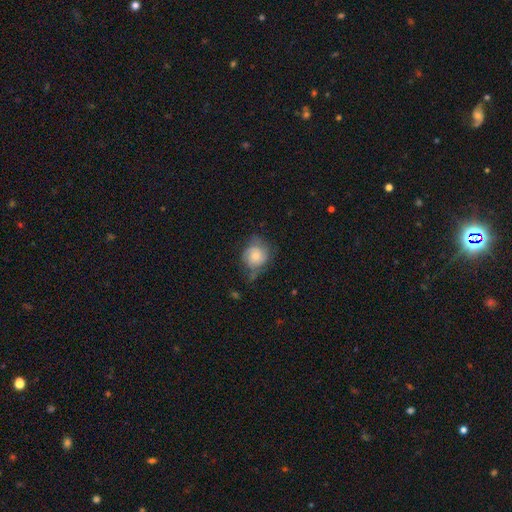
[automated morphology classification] This appears to be a smooth galaxy with no disk features (53%) that is round (75%). Merging: none (43%).